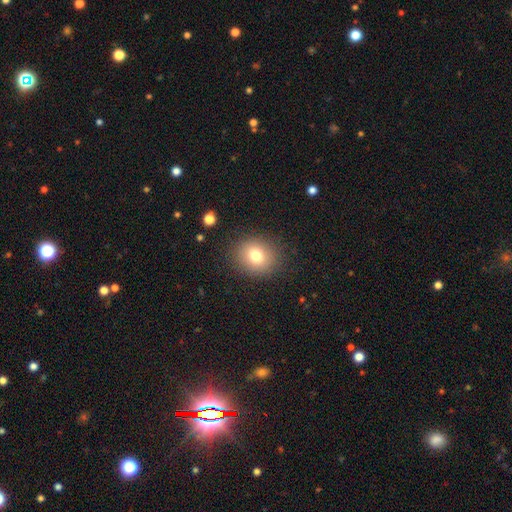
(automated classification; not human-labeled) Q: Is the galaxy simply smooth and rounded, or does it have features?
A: smooth — 76%.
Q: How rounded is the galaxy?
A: round — 70%.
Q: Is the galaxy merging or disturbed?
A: none — 87%.